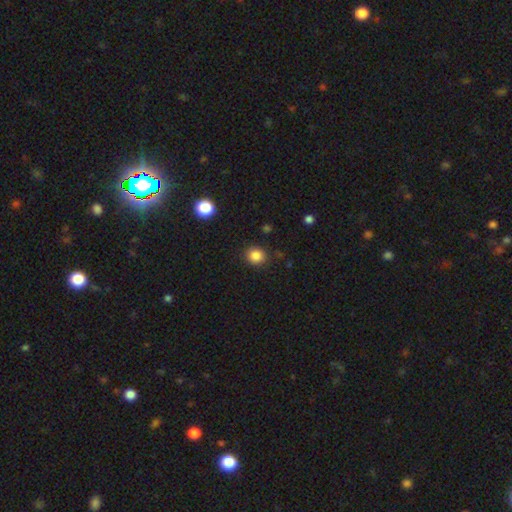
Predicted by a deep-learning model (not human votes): Smooth or featured? smooth (85%)
How rounded? round (82%)
Merging? none (88%)